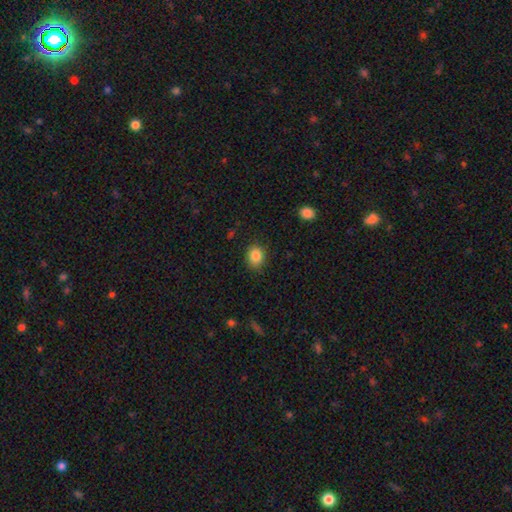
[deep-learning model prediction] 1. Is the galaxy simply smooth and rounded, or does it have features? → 84% smooth, 10% star or artifact, 6% featured or disk.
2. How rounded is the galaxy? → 56% round, 43% in between, 1% cigar-shaped.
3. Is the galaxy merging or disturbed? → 85% none, 12% minor disturbance, 3% major disturbance, 1% merger.